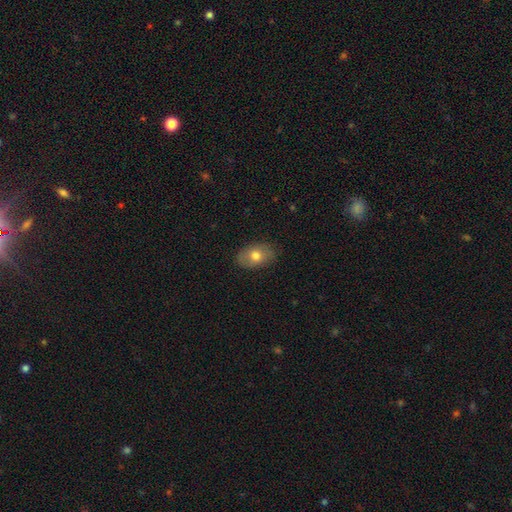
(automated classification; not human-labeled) Q: Smooth or featured?
A: smooth (72%); runner-up: featured or disk (20%)
Q: How rounded?
A: in between (85%); runner-up: round (13%)
Q: Merging?
A: none (84%); runner-up: minor disturbance (12%)